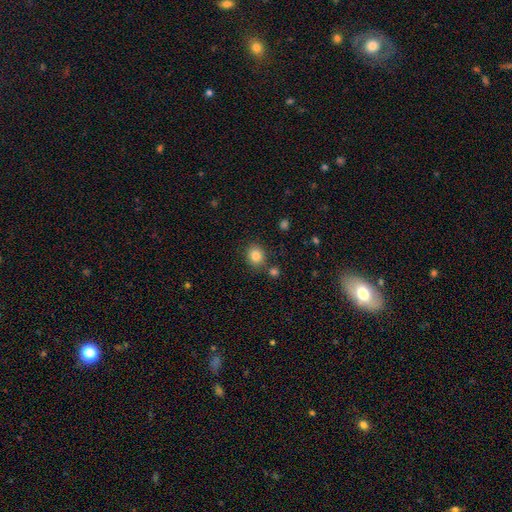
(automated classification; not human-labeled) A smooth galaxy with no disk features (84%) that is round (73%). Merging: none (81%).